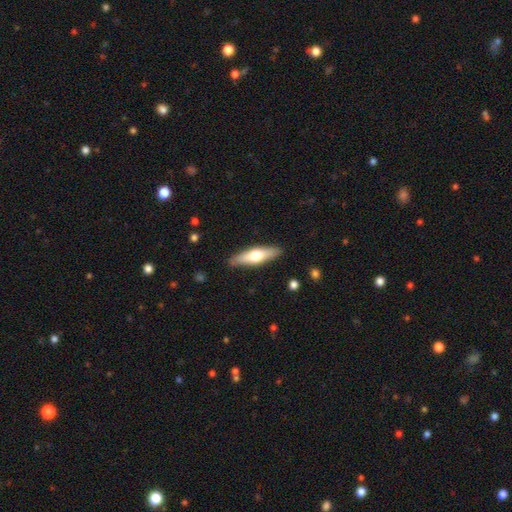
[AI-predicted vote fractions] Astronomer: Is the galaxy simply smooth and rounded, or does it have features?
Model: smooth — 50% (runner-up: featured or disk, 45%).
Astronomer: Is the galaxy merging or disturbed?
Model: none — 88%.